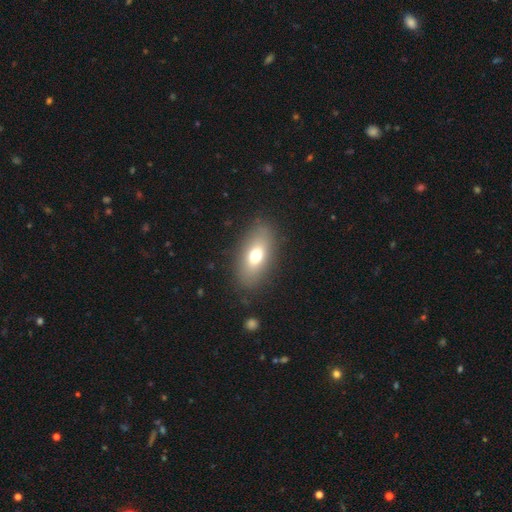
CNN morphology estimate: Smooth or featured?
  - smooth: 69% *
  - featured or disk: 22%
  - star or artifact: 9%
How rounded?
  - in between: 85% *
  - cigar-shaped: 7%
  - round: 7%
Merging?
  - none: 85% *
  - minor disturbance: 9%
  - major disturbance: 4%
  - merger: 1%